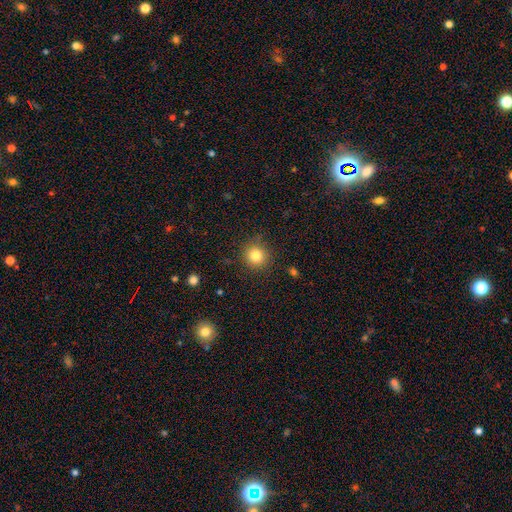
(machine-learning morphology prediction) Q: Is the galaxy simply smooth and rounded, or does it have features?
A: smooth — 82%.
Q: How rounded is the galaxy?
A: round — 92%.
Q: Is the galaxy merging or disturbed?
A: none — 86%.